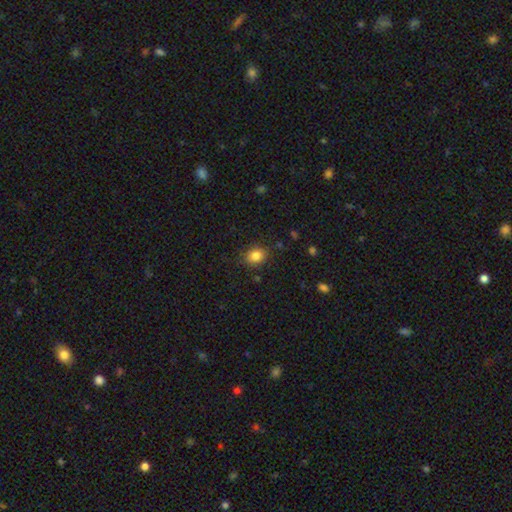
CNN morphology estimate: Smooth or featured?
  - smooth: 84% *
  - star or artifact: 11%
  - featured or disk: 6%
How rounded?
  - round: 55% *
  - in between: 44%
  - cigar-shaped: 1%
Merging?
  - none: 84% *
  - minor disturbance: 11%
  - major disturbance: 3%
  - merger: 2%